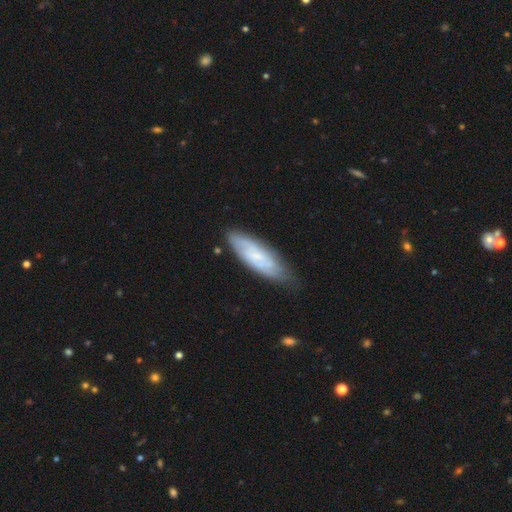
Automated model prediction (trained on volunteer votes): smooth_or_featured: featured or disk (p=0.49) [alt: smooth p=0.44]
merging: none (p=0.72) [alt: minor disturbance p=0.22]